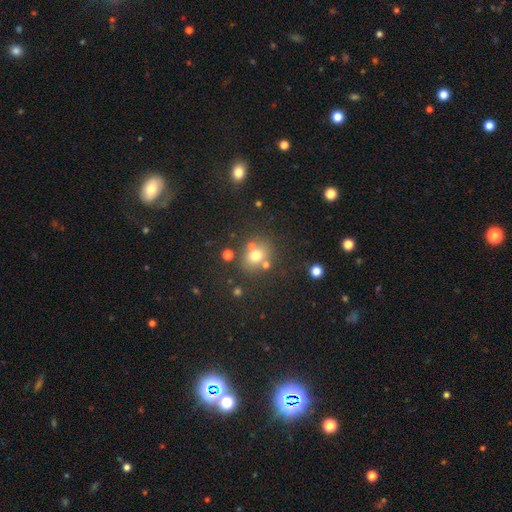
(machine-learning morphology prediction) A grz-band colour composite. It shows a smooth galaxy with no disk features (69%) that is round (72%). Merging: none (68%).